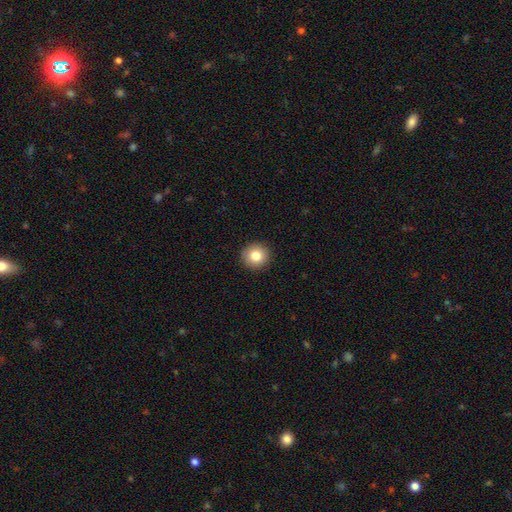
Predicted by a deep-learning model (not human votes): smooth_or_featured: smooth (p=0.82) [alt: star or artifact p=0.10]
how_rounded: round (p=0.94) [alt: in between p=0.05]
merging: none (p=0.93) [alt: minor disturbance p=0.05]